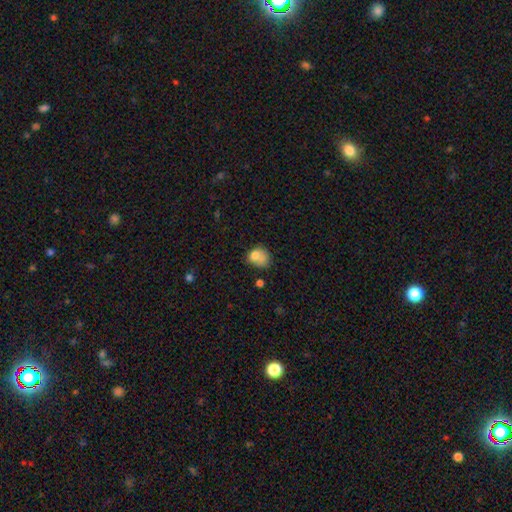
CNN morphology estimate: A smooth galaxy with no disk features (75%) that is in between round and cigar-shaped (52%).

Vote fractions:
- Smooth or featured? smooth: 75% / featured or disk: 14% / star or artifact: 11%
- How rounded? in between: 52% / round: 47% / cigar-shaped: 1%
- Merging? none: 33% / minor disturbance: 29% / merger: 20% / major disturbance: 18%